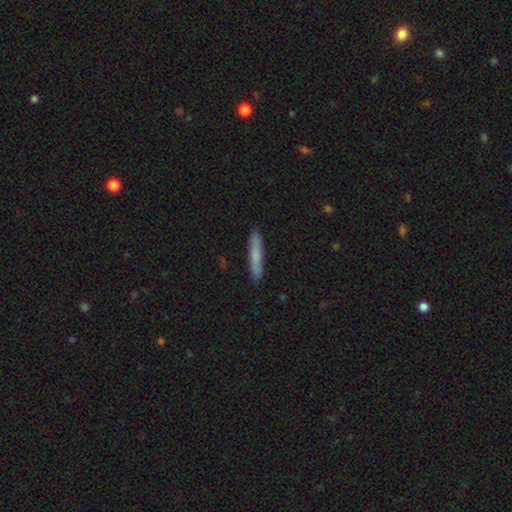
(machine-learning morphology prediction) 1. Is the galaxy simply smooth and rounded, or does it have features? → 72% smooth, 22% featured or disk, 6% star or artifact.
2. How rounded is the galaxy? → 93% cigar-shaped, 5% in between, 1% round.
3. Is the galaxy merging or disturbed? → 88% none, 9% minor disturbance, 2% major disturbance, 1% merger.